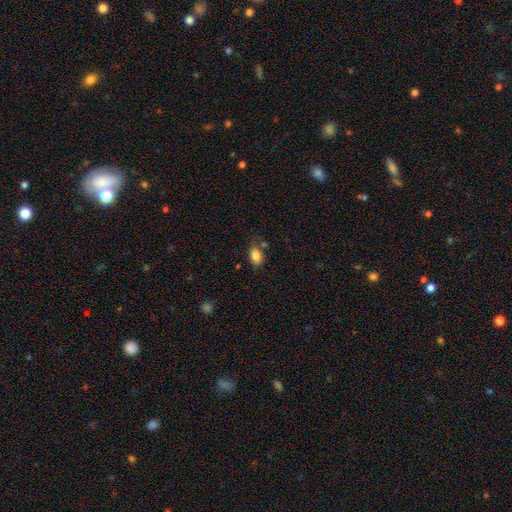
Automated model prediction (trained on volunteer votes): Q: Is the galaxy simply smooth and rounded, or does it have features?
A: smooth — 85%.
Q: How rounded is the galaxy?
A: in between — 84%.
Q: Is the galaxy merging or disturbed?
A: none — 69%.